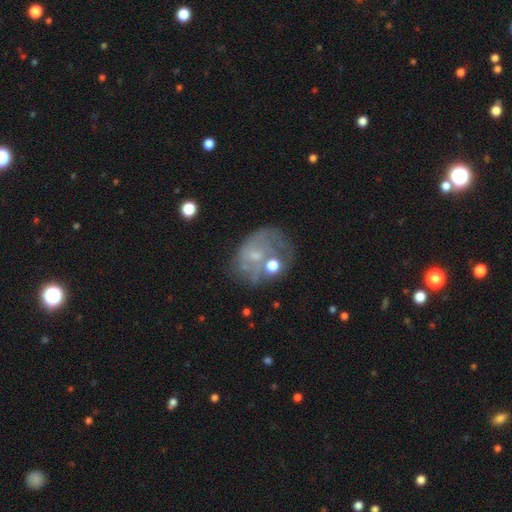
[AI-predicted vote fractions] featured or disk 54%, smooth 31%, star or artifact 14%. Down the decision tree: edge-on disk — no (97%); bar — no (78%); spiral arms — no (52%); bulge size — small (54%); merging — none (41%).